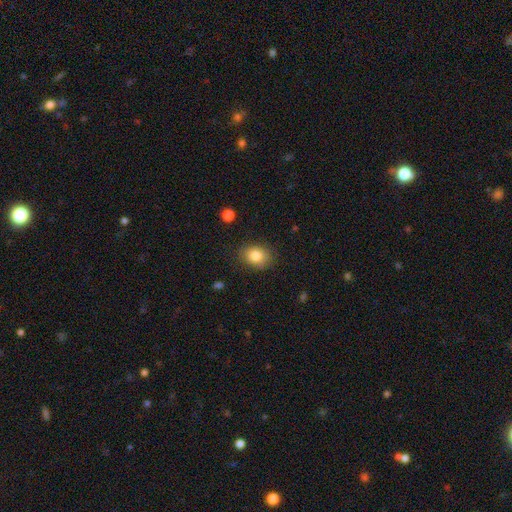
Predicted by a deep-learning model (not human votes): smooth 84%, star or artifact 9%, featured or disk 7%. Down the decision tree: how rounded — in between (55%); merging — none (82%).